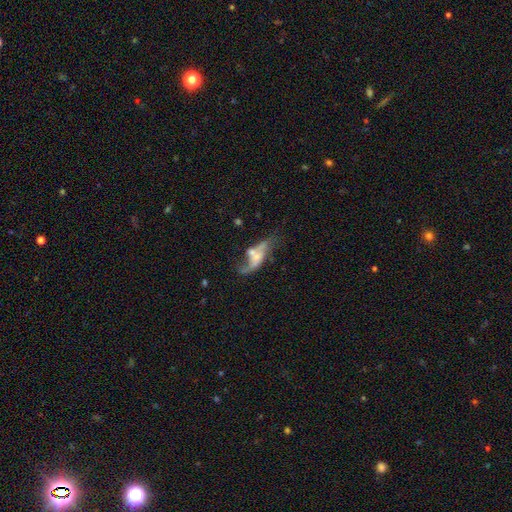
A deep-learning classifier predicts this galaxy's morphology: Smooth or featured: featured or disk — 62% (smooth — 28%)
Edge-on disk: no — 86% (yes — 14%)
Bar: no — 67% (weak — 24%)
Spiral arms: yes — 57% (no — 43%)
Bulge size: small — 36% (none — 35%)
Merging: merger — 30% (major disturbance — 27%)